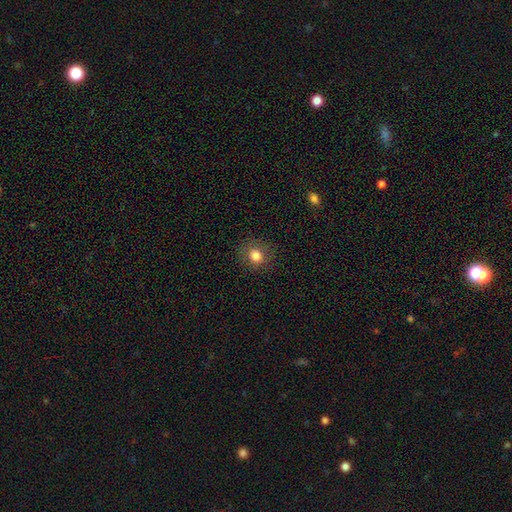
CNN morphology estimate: Smooth or featured?
  - smooth: 80% *
  - star or artifact: 12%
  - featured or disk: 8%
How rounded?
  - round: 81% *
  - in between: 18%
  - cigar-shaped: 1%
Merging?
  - none: 87% *
  - minor disturbance: 9%
  - major disturbance: 3%
  - merger: 1%